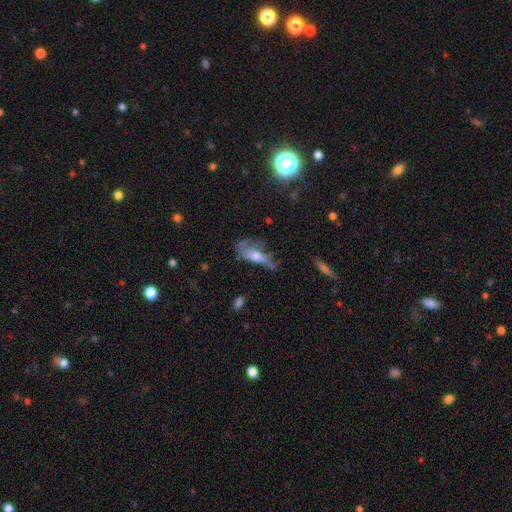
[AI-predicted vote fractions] Smooth or featured?
  - featured or disk: 50% *
  - smooth: 40%
  - star or artifact: 10%
Merging?
  - major disturbance: 33% *
  - none: 32%
  - minor disturbance: 30%
  - merger: 5%